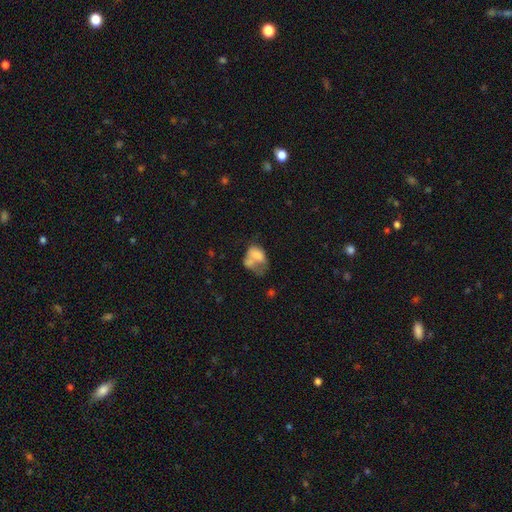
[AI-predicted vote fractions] This is likely a smooth galaxy (62%). How rounded: clearly in between (81%). Merging: marginally merger (42%).